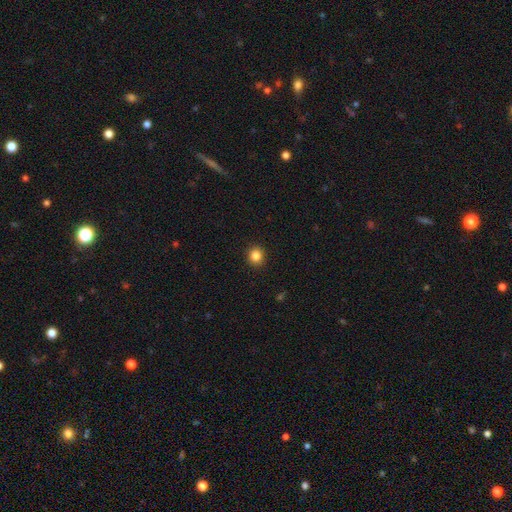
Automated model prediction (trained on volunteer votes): Smooth or featured? smooth (85%)
How rounded? round (88%)
Merging? none (93%)